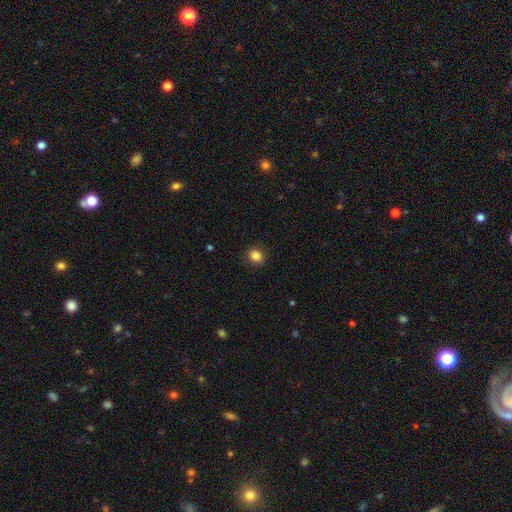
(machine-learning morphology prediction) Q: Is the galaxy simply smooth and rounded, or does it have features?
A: smooth — 85%.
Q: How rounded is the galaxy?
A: round — 71%.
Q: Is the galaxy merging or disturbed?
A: none — 88%.